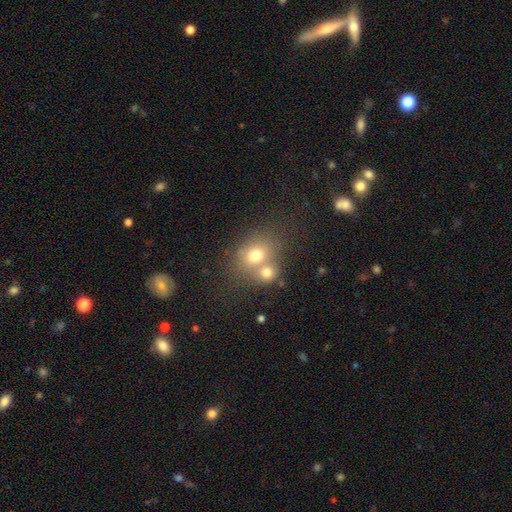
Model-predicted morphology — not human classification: A smooth galaxy with no disk features (71%) that is round (57%).

Vote fractions:
- Smooth or featured? smooth: 71% / featured or disk: 16% / star or artifact: 13%
- How rounded? round: 57% / in between: 42% / cigar-shaped: 1%
- Merging? merger: 50% / none: 37% / minor disturbance: 9% / major disturbance: 4%